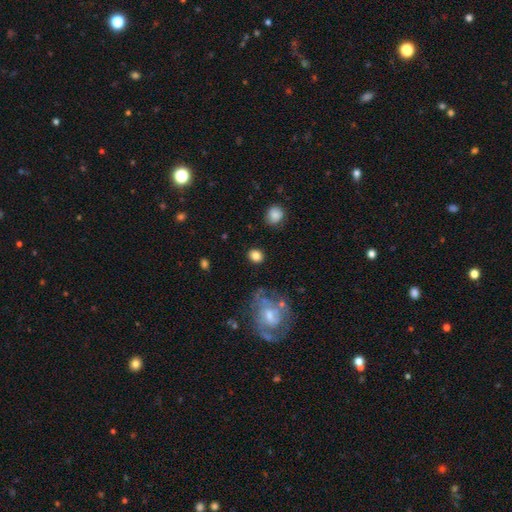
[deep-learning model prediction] Morphology: type=smooth (84%); roundness=round (67%); merging=none (84%).